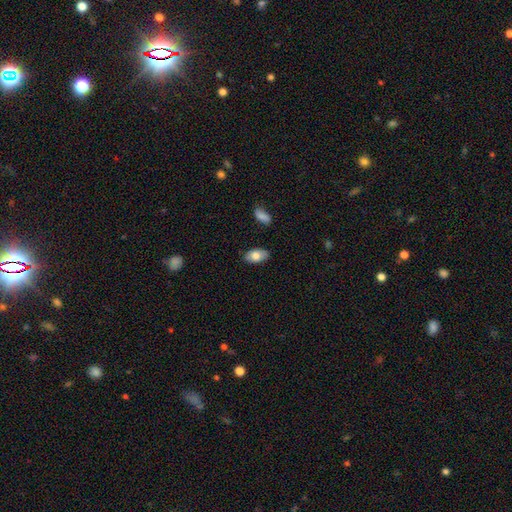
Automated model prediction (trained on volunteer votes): Morphology: type=smooth (77%); roundness=in between (94%); merging=none (84%).